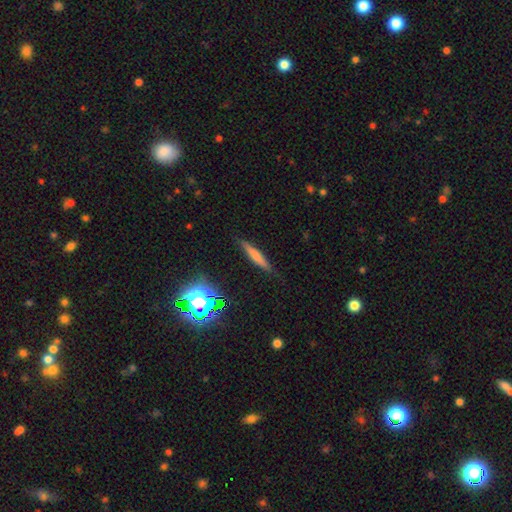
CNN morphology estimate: Smooth or featured? Predicted: smooth (p=0.55). How rounded? Predicted: cigar-shaped (p=0.90). Merging? Predicted: none (p=0.86).